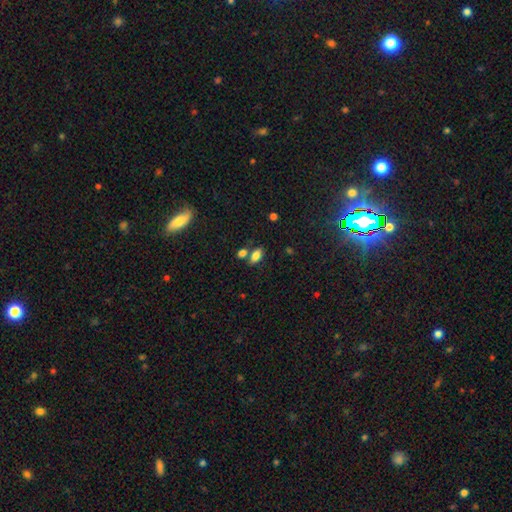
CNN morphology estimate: Smooth or featured?
  - smooth: 82% *
  - star or artifact: 9%
  - featured or disk: 9%
How rounded?
  - in between: 89% *
  - cigar-shaped: 6%
  - round: 5%
Merging?
  - none: 64% *
  - merger: 21%
  - minor disturbance: 11%
  - major disturbance: 4%